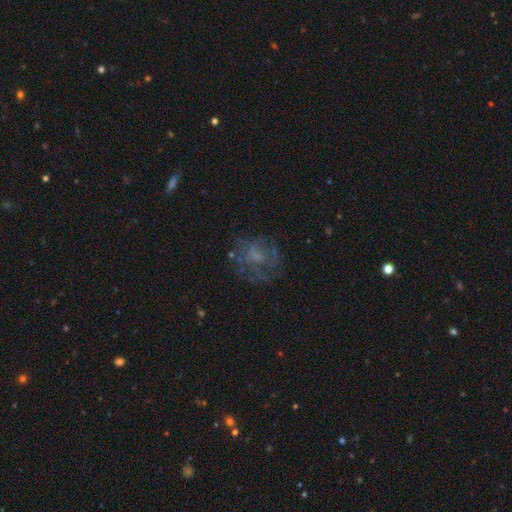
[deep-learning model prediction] A featured or disk galaxy (48%). Merging: none (61%).